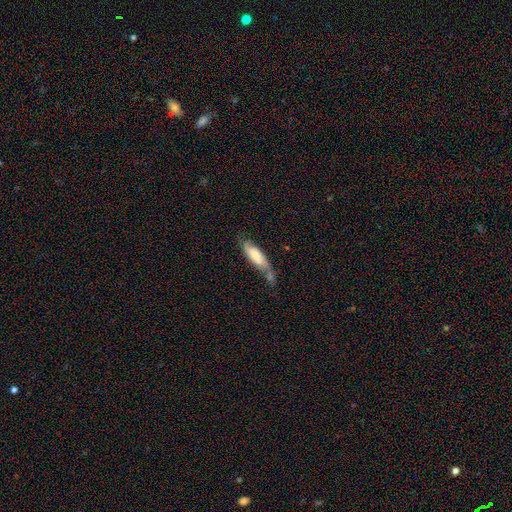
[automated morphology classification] Smooth or featured? Predicted: smooth (p=0.49). Merging? Predicted: none (p=0.41).